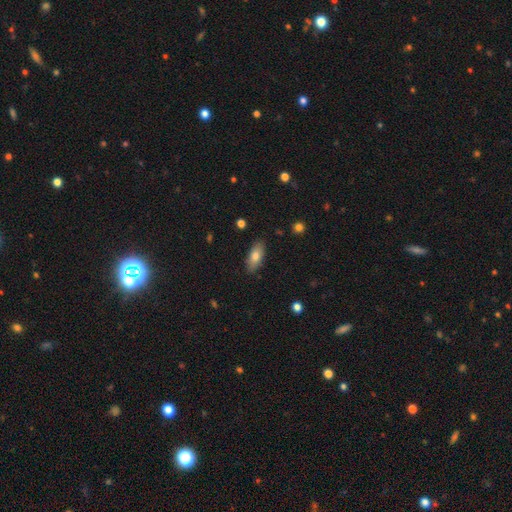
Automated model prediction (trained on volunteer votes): Morphology: type=smooth (77%); roundness=in between (80%); merging=none (86%).